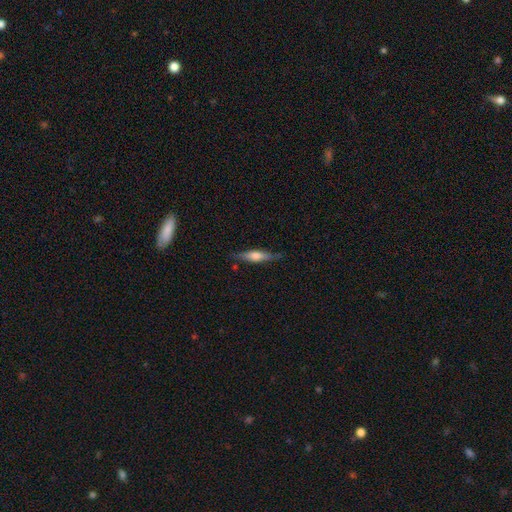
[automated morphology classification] A featured or disk galaxy (51%) viewed edge-on (93%). Merging: none (82%).